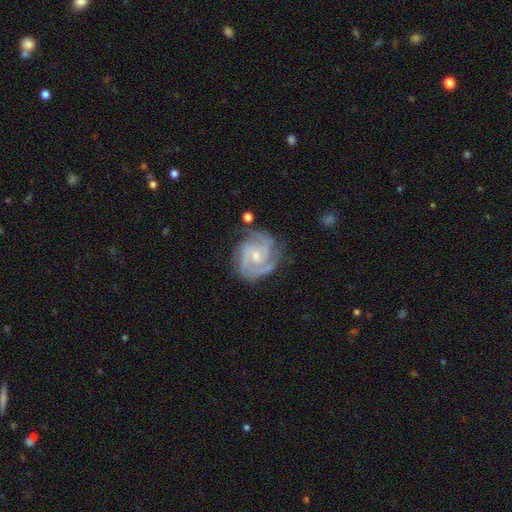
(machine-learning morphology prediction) Smooth or featured?
  - featured or disk: 91% *
  - smooth: 5%
  - star or artifact: 4%
Edge-on disk?
  - no: 98% *
  - yes: 2%
Bar?
  - no: 54% *
  - weak: 38%
  - strong: 7%
Spiral arms?
  - yes: 98% *
  - no: 2%
Spiral winding?
  - tight: 60% *
  - medium: 35%
  - loose: 4%
Spiral arm count?
  - 3: 40% *
  - 2: 36%
  - can't tell: 9%
  - 4: 7%
  - 1: 4%
  - more than 4: 4%
Bulge size?
  - small: 57% *
  - moderate: 38%
  - none: 3%
  - large: 1%
  - dominant: 1%
Merging?
  - none: 72% *
  - minor disturbance: 20%
  - major disturbance: 6%
  - merger: 2%